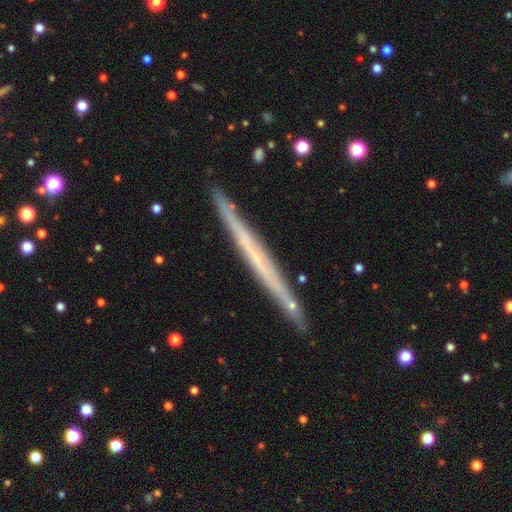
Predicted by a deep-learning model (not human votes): This is likely a featured or disk galaxy (62%). It is clearly viewed edge-on (97%). Edge-on bulge: clearly none (91%). Merging: clearly none (89%).